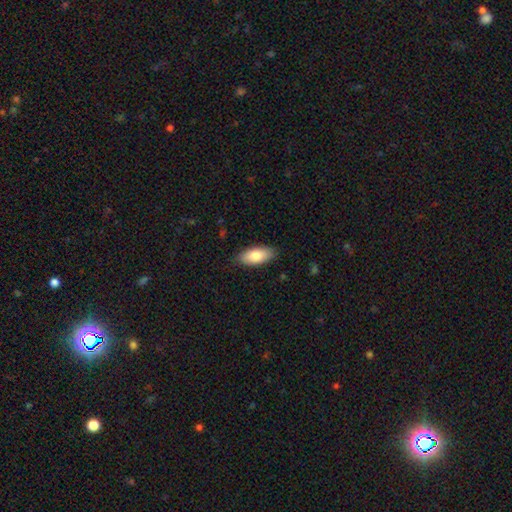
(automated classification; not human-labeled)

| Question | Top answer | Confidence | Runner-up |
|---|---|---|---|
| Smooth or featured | smooth | 81% | featured or disk (13%) |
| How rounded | in between | 87% | cigar-shaped (11%) |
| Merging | none | 86% | minor disturbance (11%) |